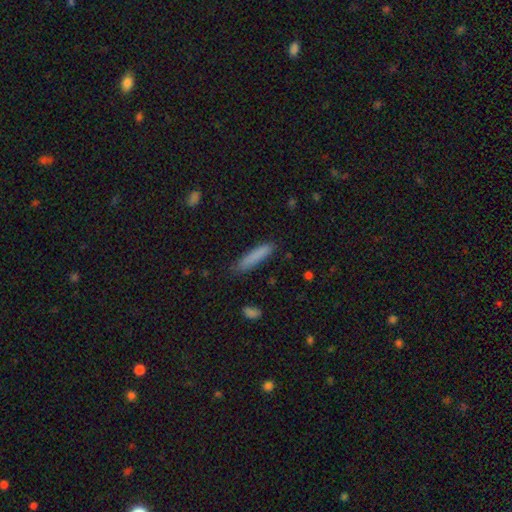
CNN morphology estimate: Overall: smooth (84%). How rounded: cigar-shaped (88%). Merging: none (83%).